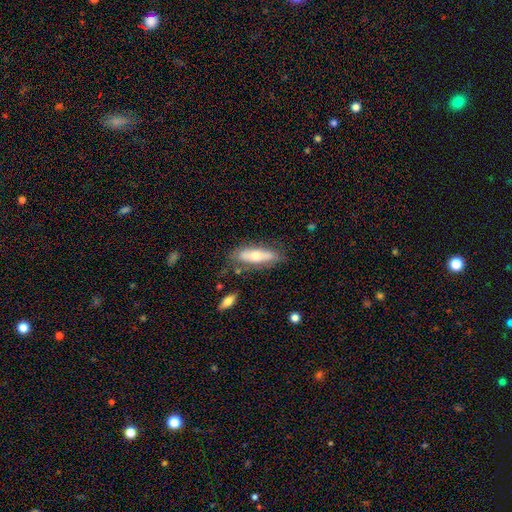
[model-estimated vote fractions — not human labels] Smooth or featured: smooth — 54% (featured or disk — 39%)
How rounded: in between — 53% (cigar-shaped — 45%)
Merging: none — 71% (minor disturbance — 19%)